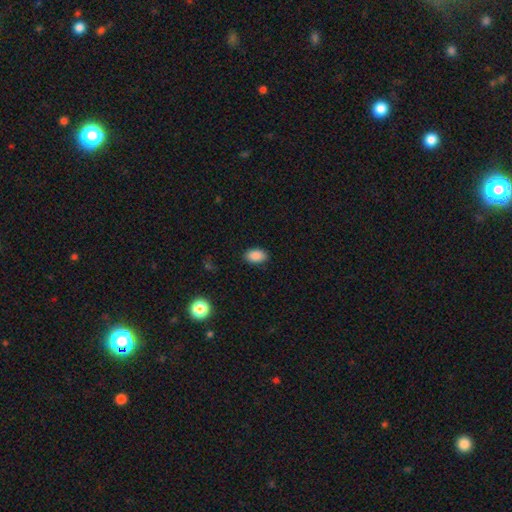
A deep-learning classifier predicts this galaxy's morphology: Smooth or featured?
  - smooth: 89% *
  - star or artifact: 8%
  - featured or disk: 3%
How rounded?
  - in between: 90% *
  - round: 9%
  - cigar-shaped: 1%
Merging?
  - none: 87% *
  - minor disturbance: 9%
  - major disturbance: 2%
  - merger: 1%